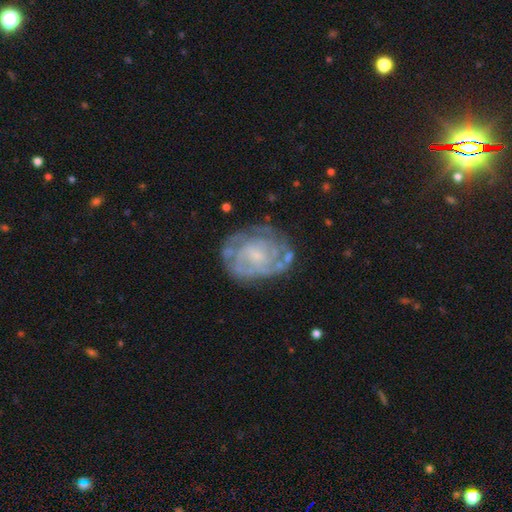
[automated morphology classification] Smooth or featured?
  - featured or disk: 81% *
  - smooth: 13%
  - star or artifact: 6%
Edge-on disk?
  - no: 98% *
  - yes: 2%
Bar?
  - no: 69% *
  - weak: 27%
  - strong: 4%
Spiral arms?
  - yes: 86% *
  - no: 14%
Spiral winding?
  - tight: 64% *
  - medium: 28%
  - loose: 8%
Spiral arm count?
  - can't tell: 44% *
  - 3: 17%
  - 2: 16%
  - 4: 11%
  - more than 4: 6%
  - 1: 5%
Bulge size?
  - small: 70% *
  - moderate: 19%
  - none: 9%
  - large: 2%
  - dominant: 1%
Merging?
  - none: 66% *
  - minor disturbance: 21%
  - major disturbance: 10%
  - merger: 3%